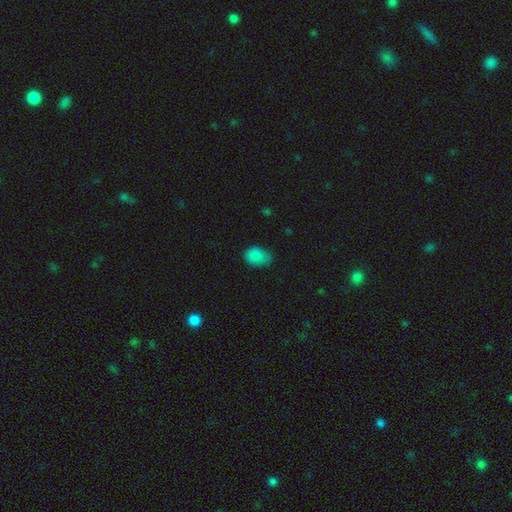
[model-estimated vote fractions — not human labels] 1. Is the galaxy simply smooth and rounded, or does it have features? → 85% smooth, 10% star or artifact, 5% featured or disk.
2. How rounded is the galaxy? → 74% in between, 25% round, 1% cigar-shaped.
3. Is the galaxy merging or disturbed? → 60% none, 32% minor disturbance, 7% major disturbance, 2% merger.